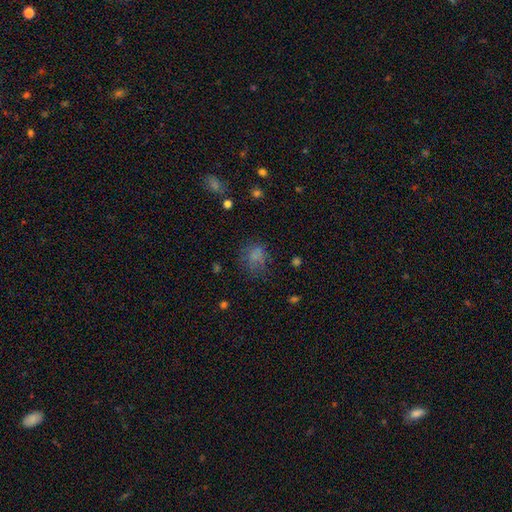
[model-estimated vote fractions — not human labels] Smooth or featured: smooth — 67% (star or artifact — 18%)
How rounded: round — 55% (in between — 44%)
Merging: none — 55% (minor disturbance — 21%)